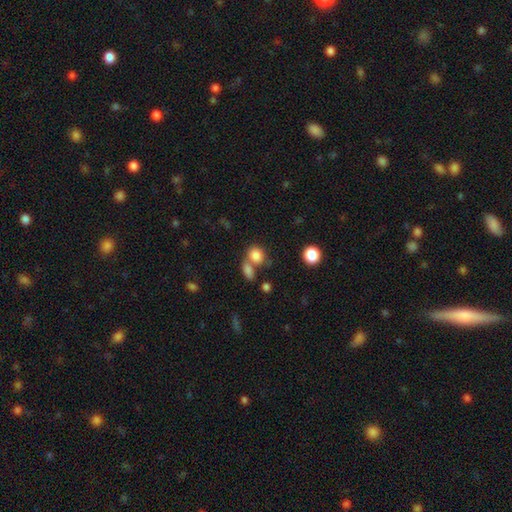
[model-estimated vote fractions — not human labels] smooth-or-featured: smooth: 83% | star or artifact: 10% | featured or disk: 7%
  how-rounded: round: 63% | in between: 36% | cigar-shaped: 1%
  merging: none: 48% | merger: 37% | minor disturbance: 10% | major disturbance: 5%